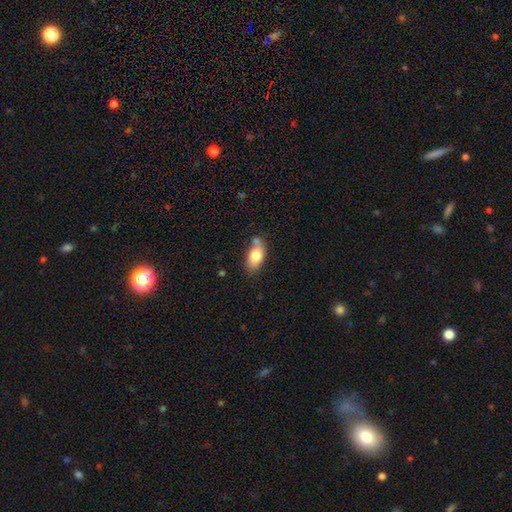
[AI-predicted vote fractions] Smooth or featured? Predicted: smooth (p=0.80). How rounded? Predicted: in between (p=0.89). Merging? Predicted: none (p=0.60).